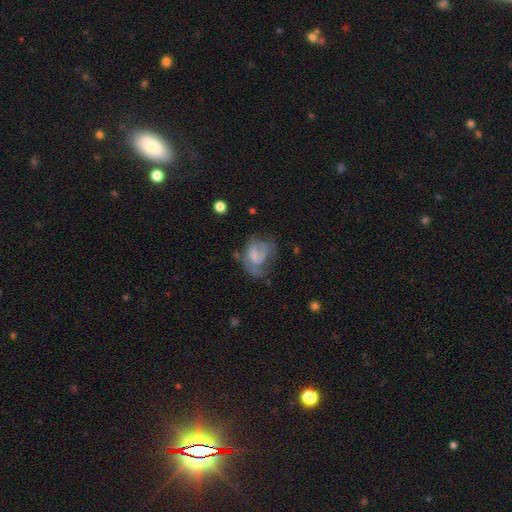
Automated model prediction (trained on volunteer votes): A featured or disk galaxy (56%) with no bar (46%), spiral arms (63%) and no central bulge (37%). Merging: none (36%).